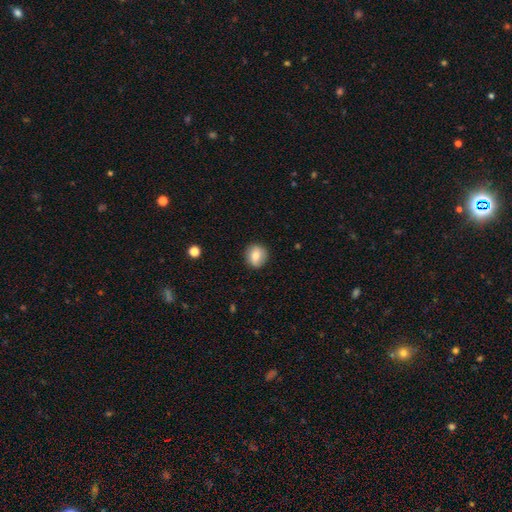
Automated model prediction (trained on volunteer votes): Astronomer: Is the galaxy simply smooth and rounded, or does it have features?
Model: smooth — 78%.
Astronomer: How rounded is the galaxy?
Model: round — 85%.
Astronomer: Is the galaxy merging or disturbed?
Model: none — 88%.